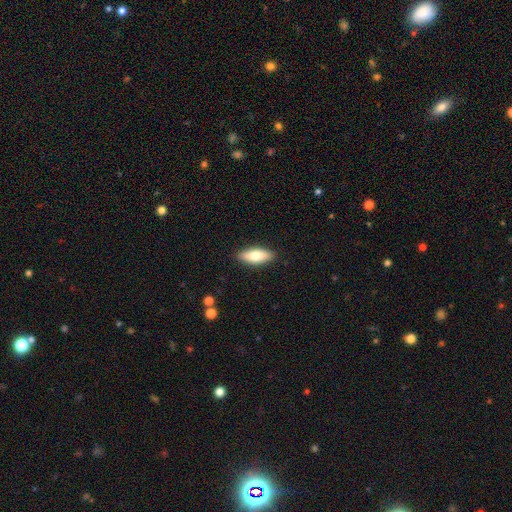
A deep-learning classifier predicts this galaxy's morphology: Smooth or featured: smooth — 72% (featured or disk — 22%)
How rounded: in between — 73% (cigar-shaped — 25%)
Merging: none — 89% (minor disturbance — 8%)